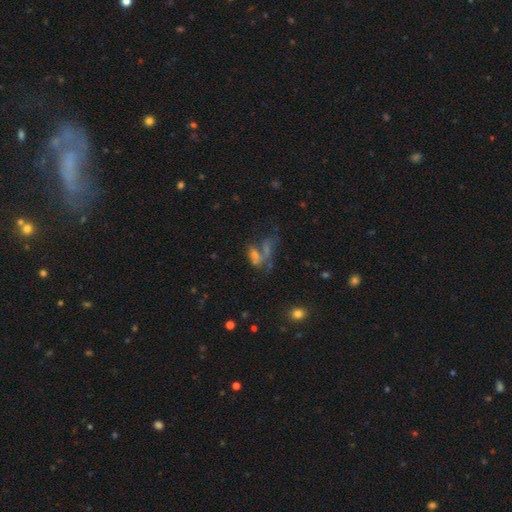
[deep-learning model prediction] smooth_or_featured: smooth (p=0.41) [alt: star or artifact p=0.30]
merging: merger (p=0.41) [alt: none p=0.28]